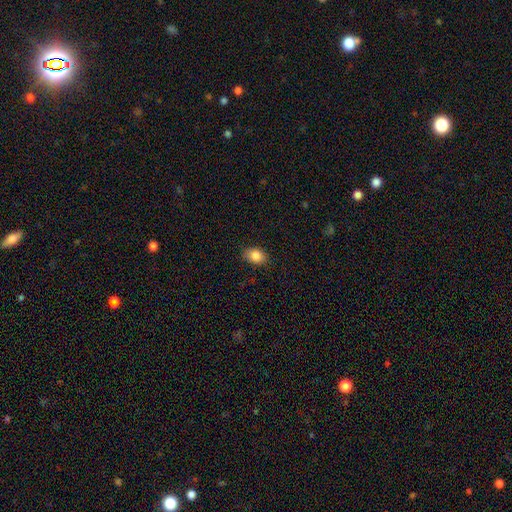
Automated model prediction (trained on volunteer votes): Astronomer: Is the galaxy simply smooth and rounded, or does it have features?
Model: smooth — 86%.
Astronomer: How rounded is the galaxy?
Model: in between — 78%.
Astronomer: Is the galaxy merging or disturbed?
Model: none — 84%.